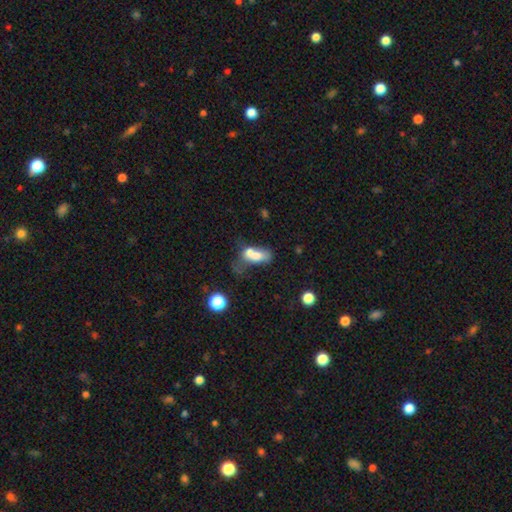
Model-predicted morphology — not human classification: Smooth or featured: smooth — 64% (featured or disk — 26%)
How rounded: in between — 76% (round — 17%)
Merging: merger — 62% (none — 15%)